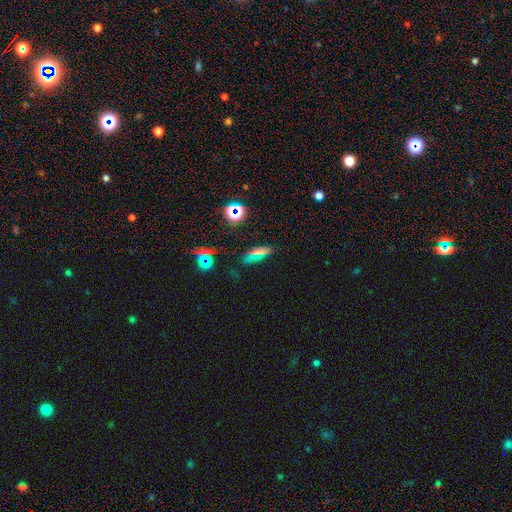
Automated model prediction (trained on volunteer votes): This appears to be a smooth galaxy with no disk features (53%) that is in between round and cigar-shaped (51%). Merging: none (76%).